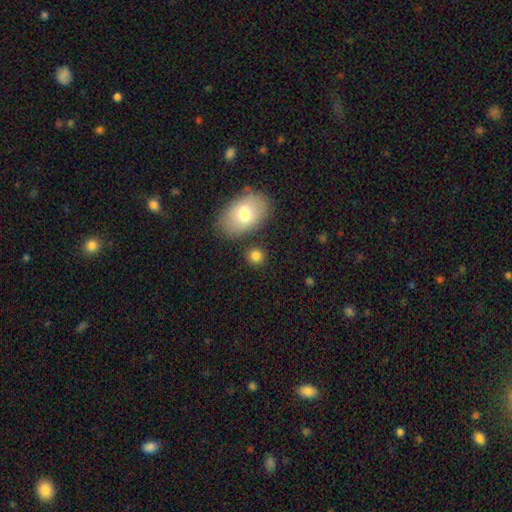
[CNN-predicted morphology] smooth-or-featured: smooth: 81% | star or artifact: 10% | featured or disk: 8%
  how-rounded: round: 76% | in between: 23% | cigar-shaped: 1%
  merging: none: 80% | minor disturbance: 9% | merger: 8% | major disturbance: 3%